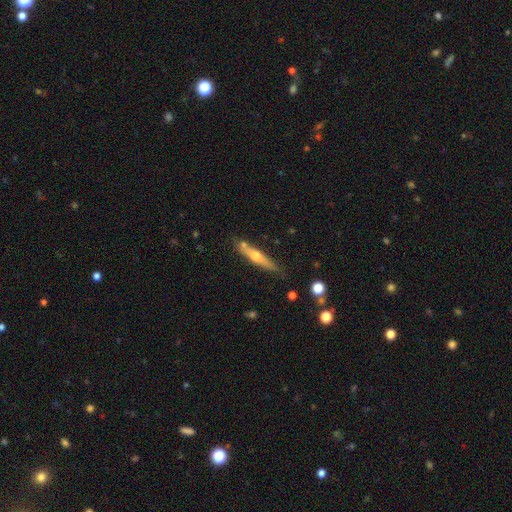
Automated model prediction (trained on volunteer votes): Smooth or featured? featured or disk (48%)
Merging? none (74%)